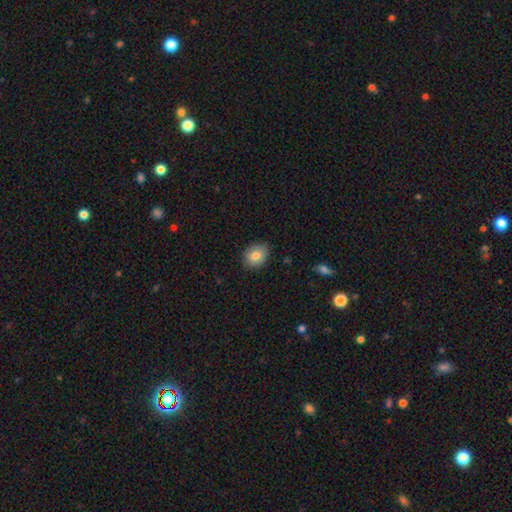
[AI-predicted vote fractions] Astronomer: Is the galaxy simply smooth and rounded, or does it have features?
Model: smooth — 81%.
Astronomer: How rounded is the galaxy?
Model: in between — 58% (runner-up: round, 41%).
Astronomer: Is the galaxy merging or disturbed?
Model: none — 85%.